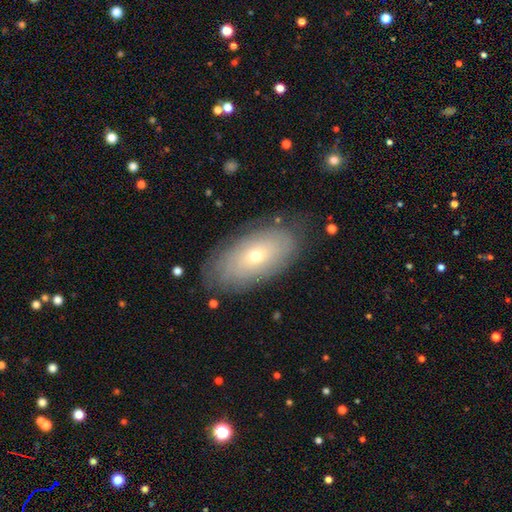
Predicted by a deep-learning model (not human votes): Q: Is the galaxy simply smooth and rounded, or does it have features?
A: smooth — 47%.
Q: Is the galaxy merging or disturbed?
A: none — 78%.